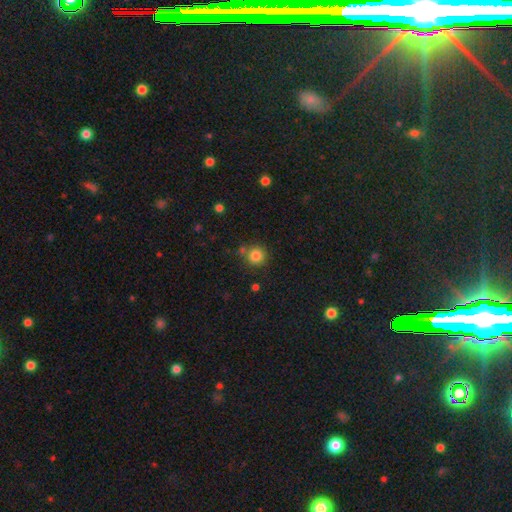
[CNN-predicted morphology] Smooth or featured? Predicted: smooth (p=0.83). How rounded? Predicted: round (p=0.93). Merging? Predicted: none (p=0.78).